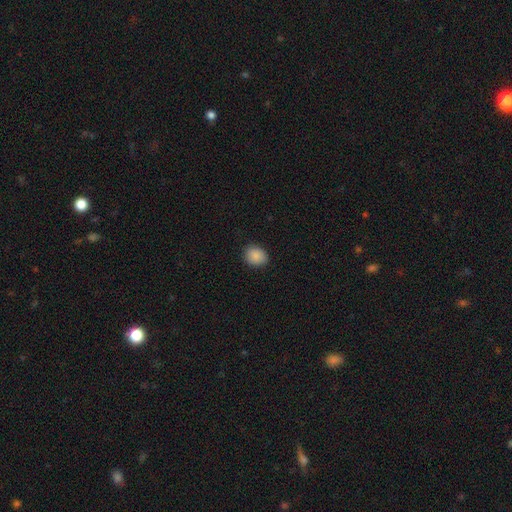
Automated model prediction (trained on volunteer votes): Morphology: type=smooth (88%); roundness=round (54%); merging=none (86%).